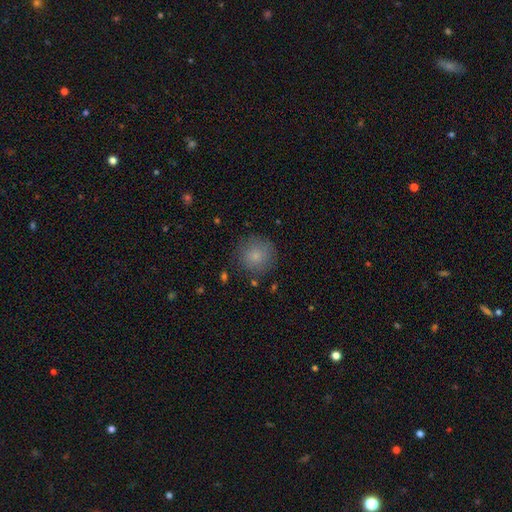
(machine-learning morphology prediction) Smooth or featured? smooth (82%)
How rounded? round (94%)
Merging? none (83%)